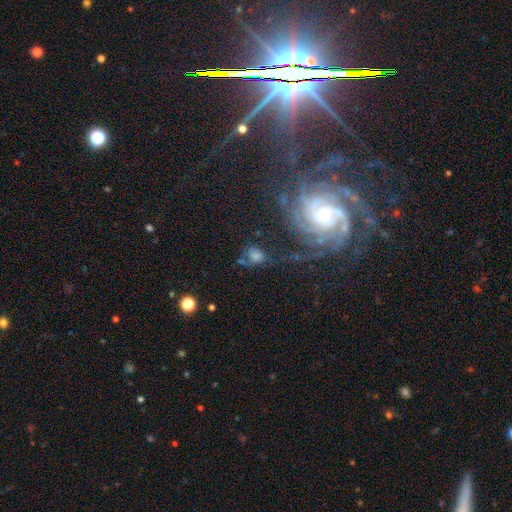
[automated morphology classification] The model was most divided on "smooth or featured": smooth: 49%, featured or disk: 33%, star or artifact: 19%. More confident: merging — none (54%).